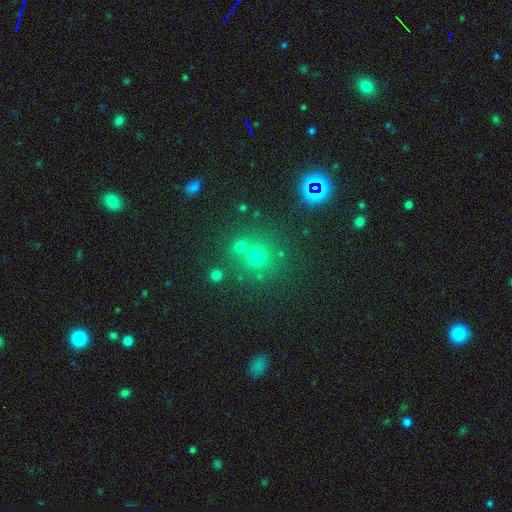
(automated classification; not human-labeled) Smooth or featured?
  - smooth: 58% *
  - star or artifact: 32%
  - featured or disk: 10%
How rounded?
  - round: 90% *
  - in between: 9%
  - cigar-shaped: 1%
Merging?
  - none: 68% *
  - merger: 20%
  - minor disturbance: 8%
  - major disturbance: 4%